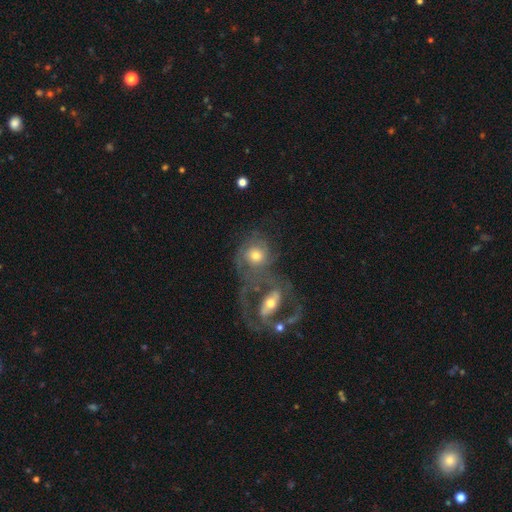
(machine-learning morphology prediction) A featured or disk galaxy (70%) with no bar (65%), 2 (43%) tight (41%) spiral arms (80%) and a moderate central bulge (66%). Merging: merger (58%).